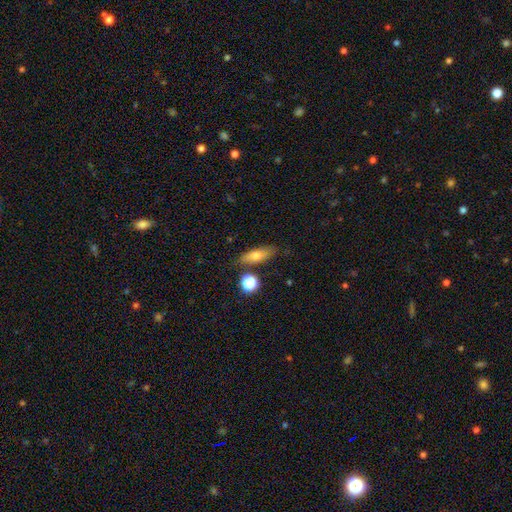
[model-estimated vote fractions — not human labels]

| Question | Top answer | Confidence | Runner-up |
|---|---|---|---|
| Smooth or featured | smooth | 68% | featured or disk (23%) |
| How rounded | in between | 55% | cigar-shaped (38%) |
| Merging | none | 73% | minor disturbance (16%) |